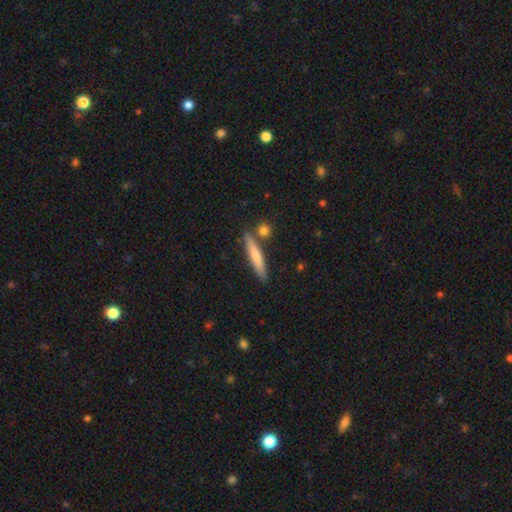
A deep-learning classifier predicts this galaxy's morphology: smooth-or-featured: smooth: 68% | featured or disk: 27% | star or artifact: 6%
  how-rounded: cigar-shaped: 90% | in between: 8% | round: 2%
  merging: none: 81% | minor disturbance: 10% | merger: 7% | major disturbance: 2%